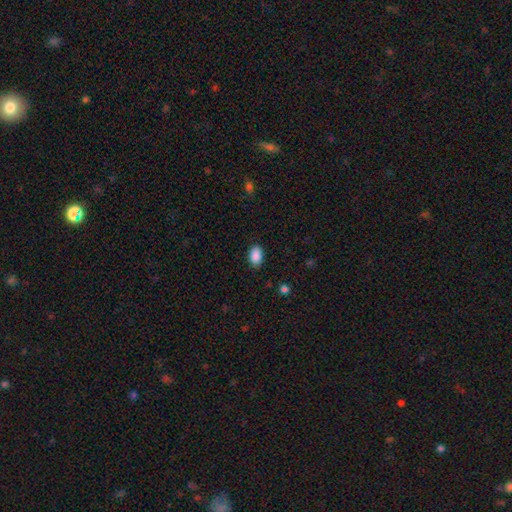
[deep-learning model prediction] Q: Smooth or featured?
A: smooth (89%); runner-up: star or artifact (8%)
Q: How rounded?
A: in between (90%); runner-up: round (9%)
Q: Merging?
A: none (86%); runner-up: minor disturbance (10%)